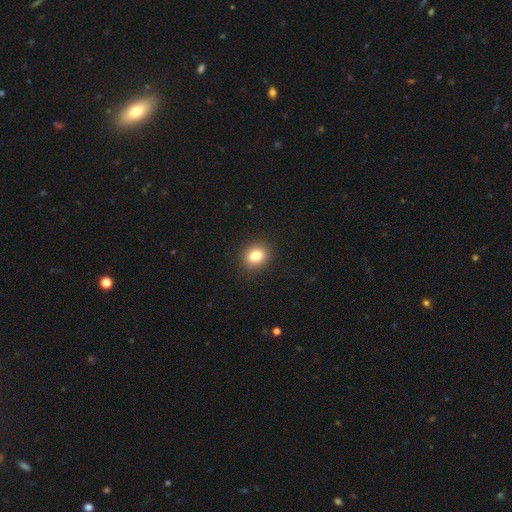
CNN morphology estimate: smooth 83%, star or artifact 10%, featured or disk 7%. Down the decision tree: how rounded — round (56%); merging — none (90%).